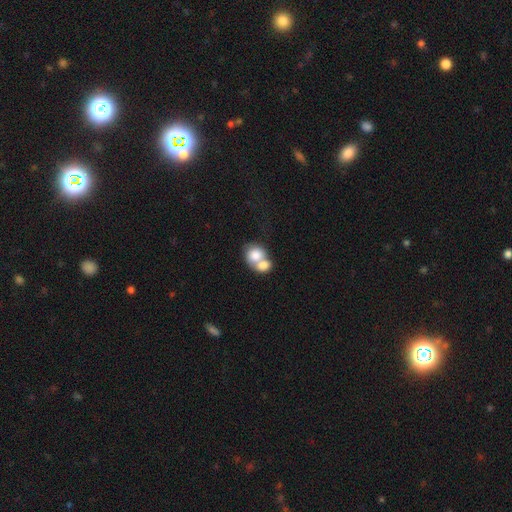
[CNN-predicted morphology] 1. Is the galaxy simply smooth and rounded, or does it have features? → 76% smooth, 17% featured or disk, 8% star or artifact.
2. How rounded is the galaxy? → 62% round, 37% in between, 1% cigar-shaped.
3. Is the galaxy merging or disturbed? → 74% merger, 18% none, 5% minor disturbance, 3% major disturbance.